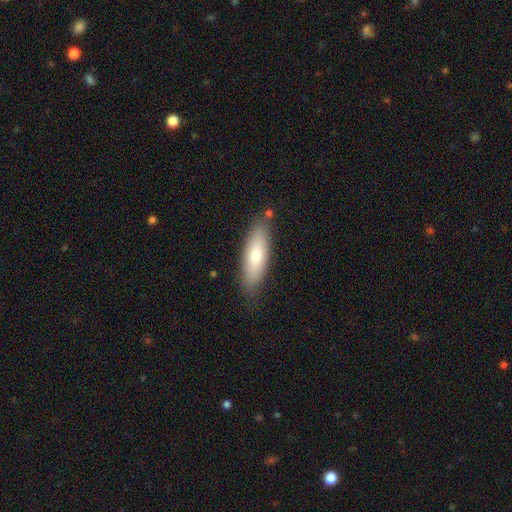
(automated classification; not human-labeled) Smooth or featured: smooth — 67% (featured or disk — 25%)
How rounded: cigar-shaped — 54% (in between — 44%)
Merging: none — 85% (minor disturbance — 11%)